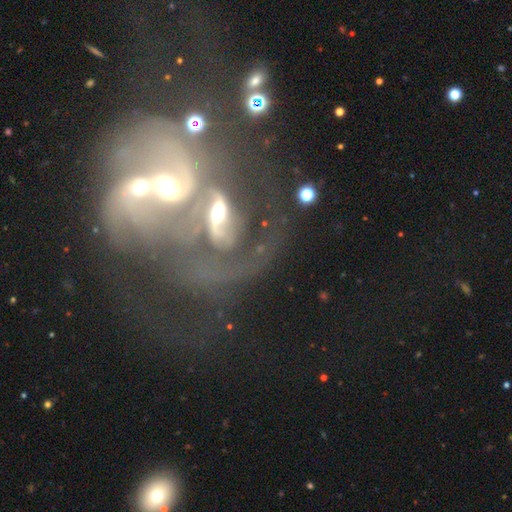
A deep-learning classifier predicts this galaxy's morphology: smooth-or-featured: featured or disk: 77% | star or artifact: 12% | smooth: 11%
  disk-edge-on: no: 97% | yes: 3%
    bar: no: 53% | weak: 32% | strong: 15%
    has-spiral-arms: yes: 80% | no: 20%
      spiral-winding: loose: 40% (tied) | medium: 40% (tied) | tight: 19%
      spiral-arm-count: 2: 50% | can't tell: 21% | 1: 16% | 3: 7% | 4: 3% | more than 4: 3%
    bulge-size: moderate: 54% | small: 26% | large: 9% | none: 8% | dominant: 3%
  merging: merger: 74% | major disturbance: 14% | none: 7% | minor disturbance: 4%